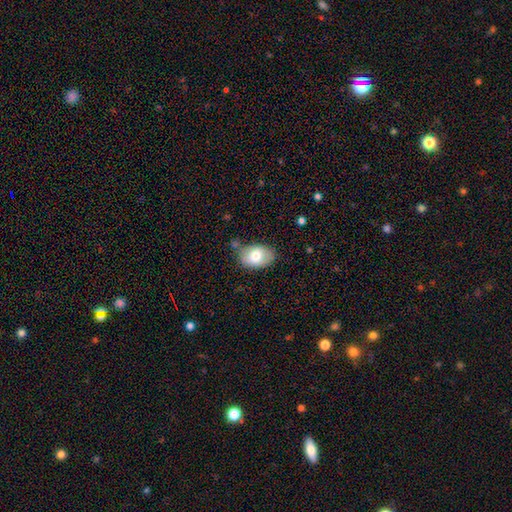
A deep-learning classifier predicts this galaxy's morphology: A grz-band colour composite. It shows a smooth galaxy with no disk features (75%) that is in between round and cigar-shaped (87%). Merging: none (68%).